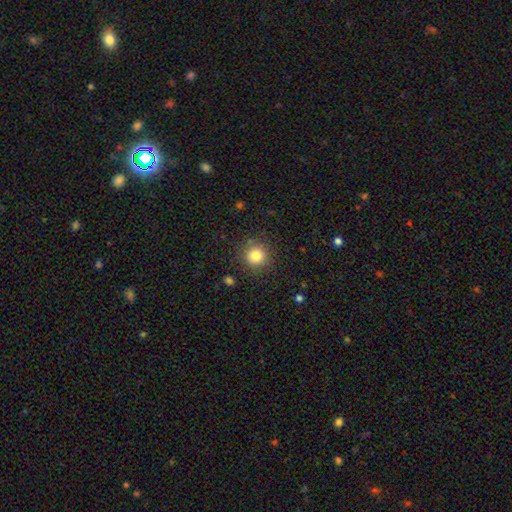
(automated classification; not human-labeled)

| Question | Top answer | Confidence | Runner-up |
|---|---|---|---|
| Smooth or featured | smooth | 82% | star or artifact (12%) |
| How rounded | round | 93% | in between (6%) |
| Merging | none | 87% | minor disturbance (8%) |